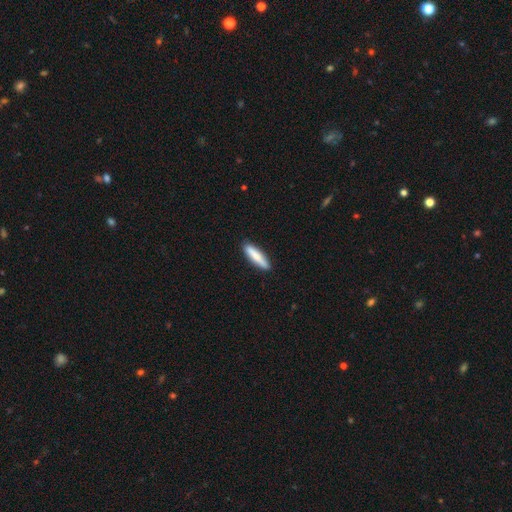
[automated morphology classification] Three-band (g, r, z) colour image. It shows a smooth galaxy with no disk features (81%) that is cigar-shaped (81%). Merging: none (90%).